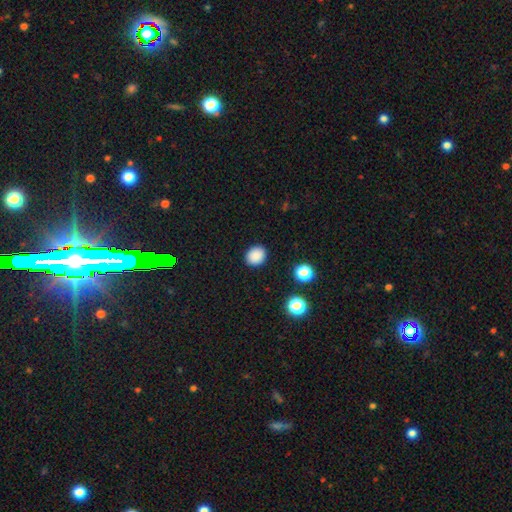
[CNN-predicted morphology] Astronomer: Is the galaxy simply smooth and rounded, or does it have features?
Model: smooth — 87%.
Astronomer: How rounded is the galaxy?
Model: round — 64%.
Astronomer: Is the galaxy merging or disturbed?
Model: none — 90%.